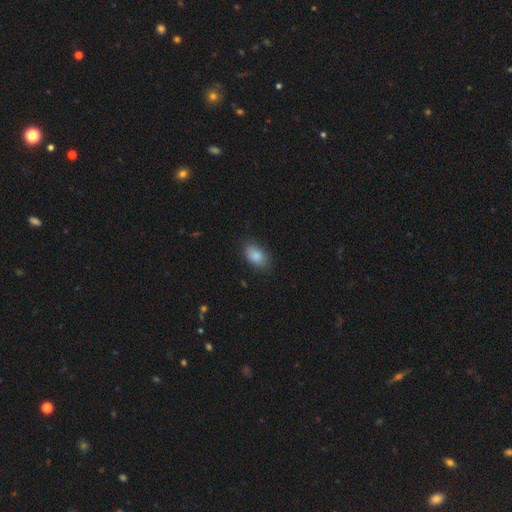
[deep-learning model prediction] smooth 86%, star or artifact 7%, featured or disk 7%. Down the decision tree: how rounded — in between (91%); merging — none (80%).